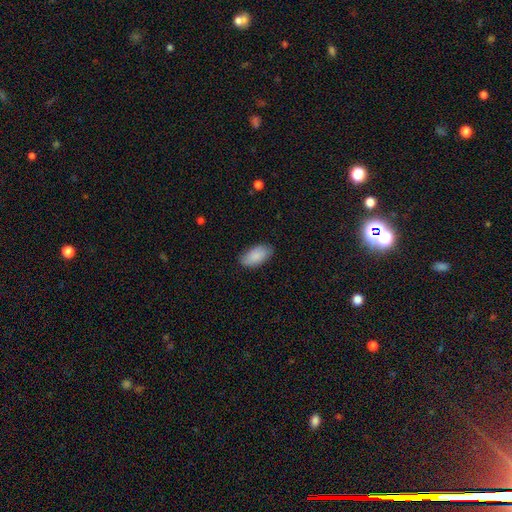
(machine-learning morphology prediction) Smooth or featured? smooth (87%)
How rounded? in between (95%)
Merging? none (83%)